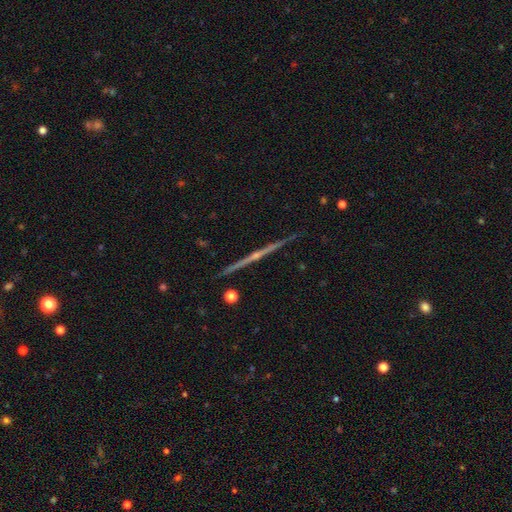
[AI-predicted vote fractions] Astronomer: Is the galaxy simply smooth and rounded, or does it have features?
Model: featured or disk — 84%.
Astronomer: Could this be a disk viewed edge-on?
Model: yes — 99%.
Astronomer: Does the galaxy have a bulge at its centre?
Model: rounded — 65%.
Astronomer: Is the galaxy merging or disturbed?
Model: none — 92%.